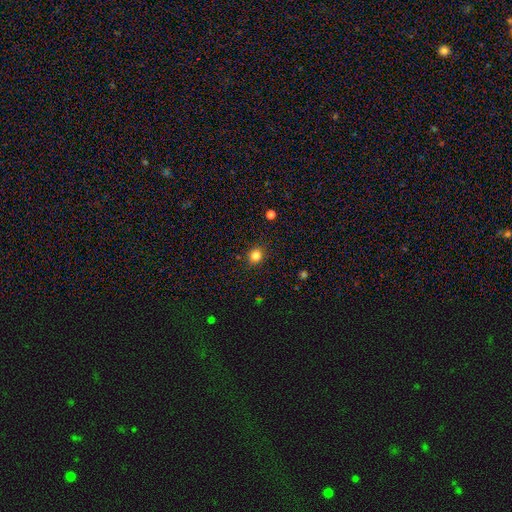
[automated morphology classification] This is clearly a smooth galaxy (83%). How rounded: clearly round (83%). Merging: clearly none (89%).